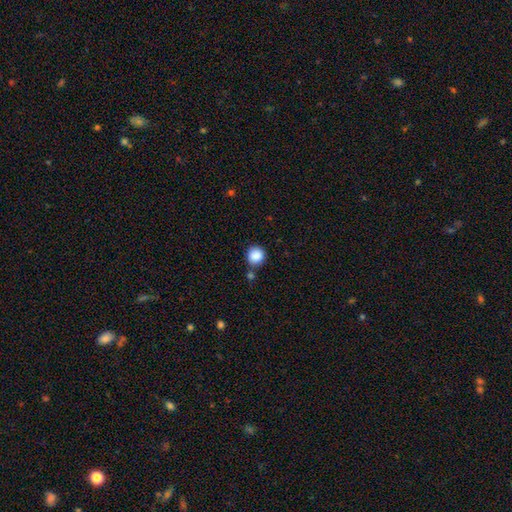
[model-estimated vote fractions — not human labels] Smooth or featured? smooth (88%)
How rounded? round (92%)
Merging? none (77%)